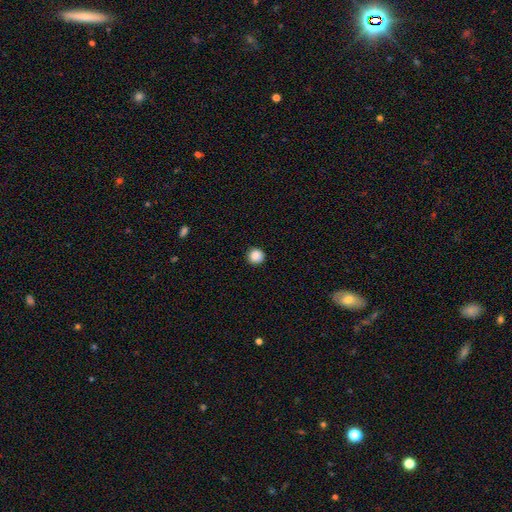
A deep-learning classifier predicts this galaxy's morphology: Smooth or featured? Predicted: smooth (p=0.88). How rounded? Predicted: round (p=0.95). Merging? Predicted: none (p=0.92).